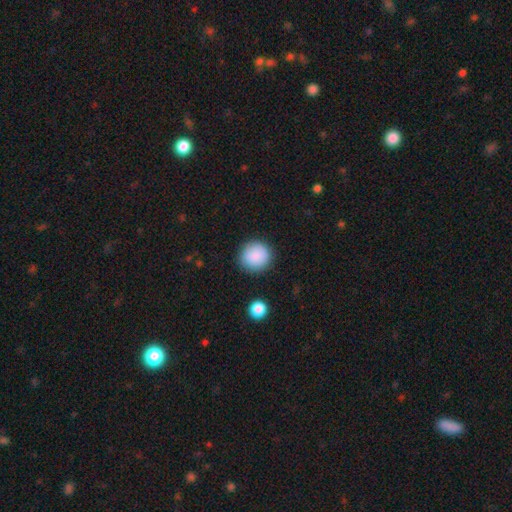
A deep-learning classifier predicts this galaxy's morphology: Smooth or featured?
  - smooth: 88% *
  - star or artifact: 8%
  - featured or disk: 4%
How rounded?
  - round: 92% *
  - in between: 7%
  - cigar-shaped: 1%
Merging?
  - none: 88% *
  - minor disturbance: 8%
  - major disturbance: 2%
  - merger: 2%